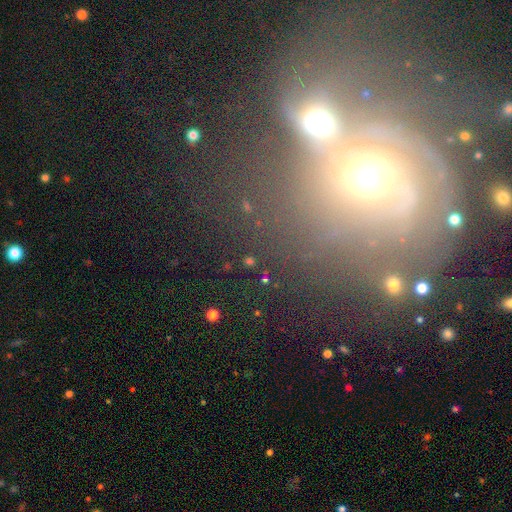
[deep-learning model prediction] This is possibly a featured or disk galaxy (57%). It is clearly not viewed edge-on (96%). Bar: likely no (74%). Spiral arm pattern: likely yes (73%). Central bulge: possibly moderate (59%). Merging: possibly merger (51%).